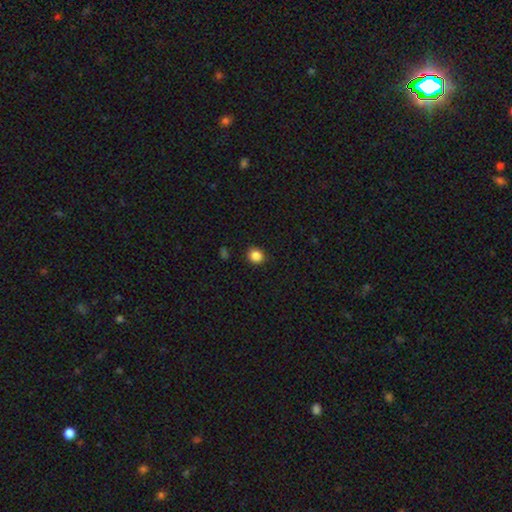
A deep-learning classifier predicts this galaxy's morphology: A smooth galaxy with no disk features (86%) that is round (86%). Merging: none (90%).